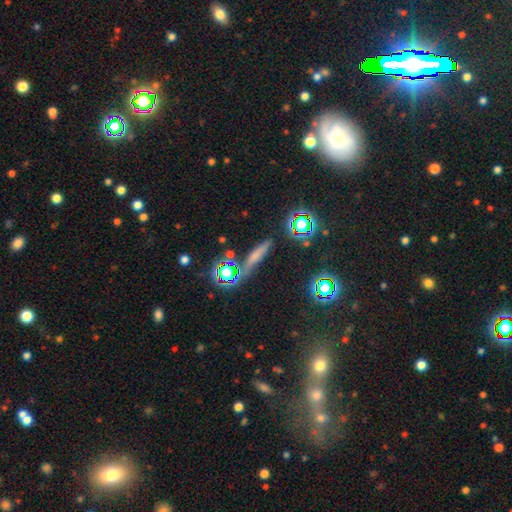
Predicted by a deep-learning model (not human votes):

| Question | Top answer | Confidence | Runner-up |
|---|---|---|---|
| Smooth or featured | smooth | 52% | featured or disk (26%) |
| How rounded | cigar-shaped | 80% | in between (12%) |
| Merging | none | 80% | minor disturbance (11%) |